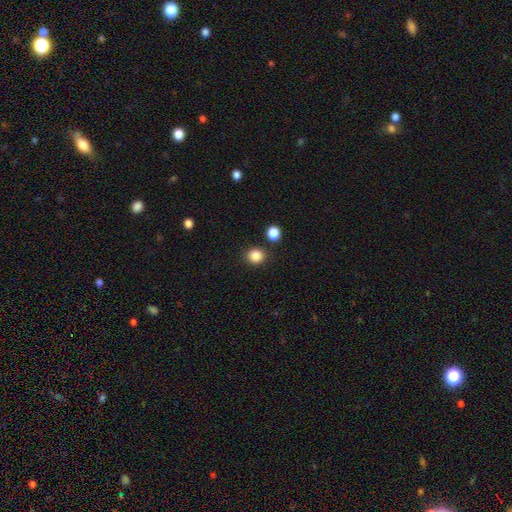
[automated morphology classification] smooth_or_featured: smooth (p=0.85) [alt: star or artifact p=0.11]
how_rounded: round (p=0.80) [alt: in between p=0.19]
merging: none (p=0.86) [alt: minor disturbance p=0.08]